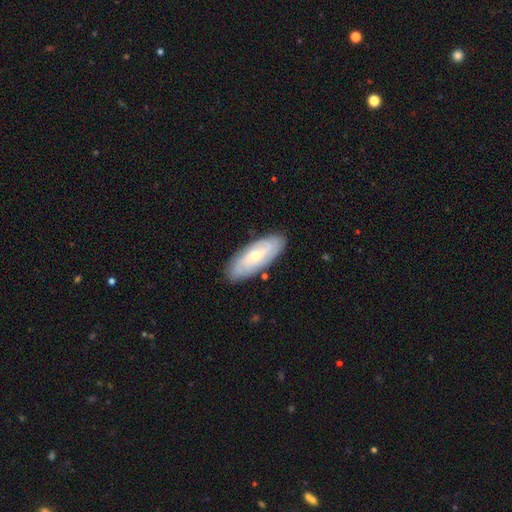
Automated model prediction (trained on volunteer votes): Smooth or featured: featured or disk — 63% (smooth — 31%)
Edge-on disk: no — 86% (yes — 14%)
Bar: no — 58% (weak — 33%)
Spiral arms: yes — 85% (no — 15%)
Bulge size: small — 54% (moderate — 42%)
Merging: none — 84% (minor disturbance — 12%)